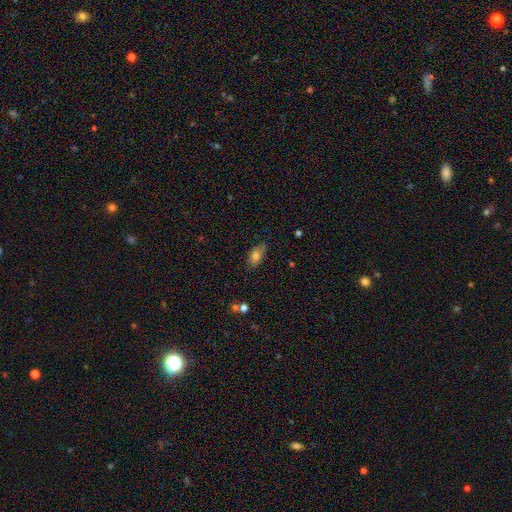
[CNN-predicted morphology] The model was most divided on "merging": none: 75%, minor disturbance: 19%, major disturbance: 4%, merger: 2%. More confident: how rounded — in between (87%); smooth or featured — smooth (75%).